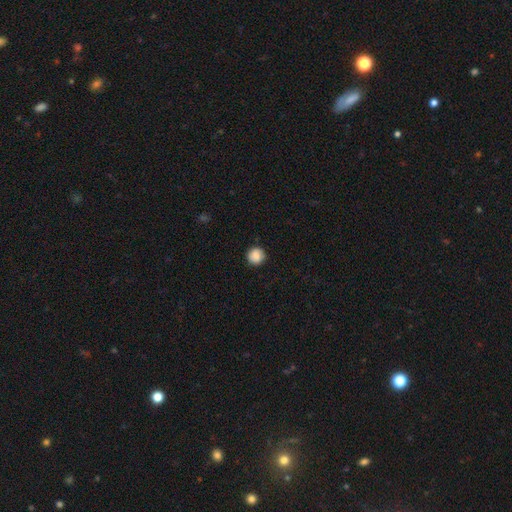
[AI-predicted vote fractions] smooth 85%, star or artifact 9%, featured or disk 6%. Down the decision tree: how rounded — round (94%); merging — none (87%).